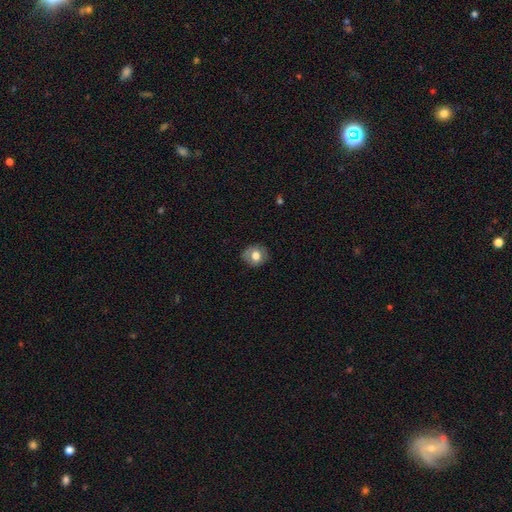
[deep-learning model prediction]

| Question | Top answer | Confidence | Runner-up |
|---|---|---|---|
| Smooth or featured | smooth | 68% | featured or disk (23%) |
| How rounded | round | 71% | in between (28%) |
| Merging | none | 80% | minor disturbance (15%) |